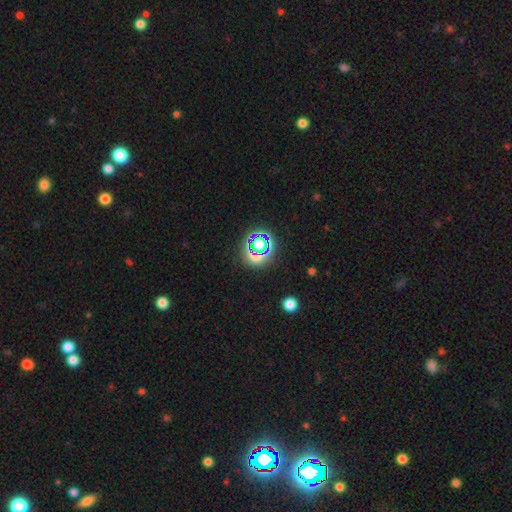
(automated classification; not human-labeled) Smooth or featured? star or artifact (54%)